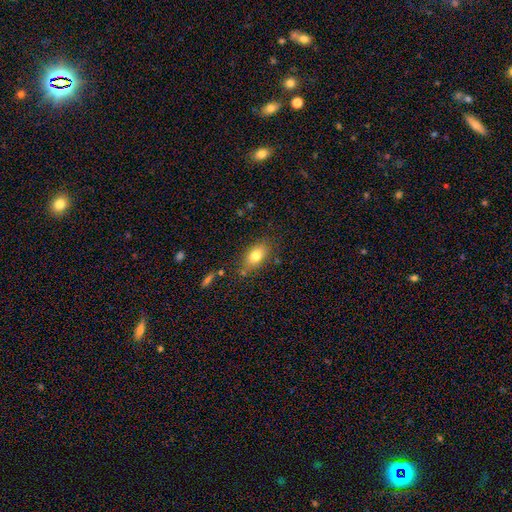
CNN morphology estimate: This is likely a smooth galaxy (78%). How rounded: clearly in between (84%). Merging: likely none (77%).